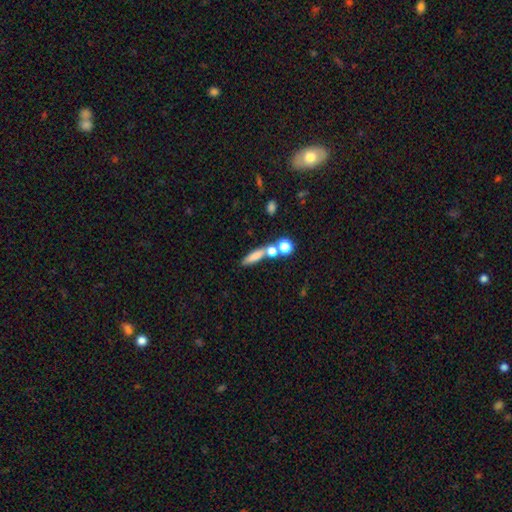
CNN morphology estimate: This is likely a smooth galaxy (70%). How rounded: likely cigar-shaped (64%). Merging: possibly none (58%).